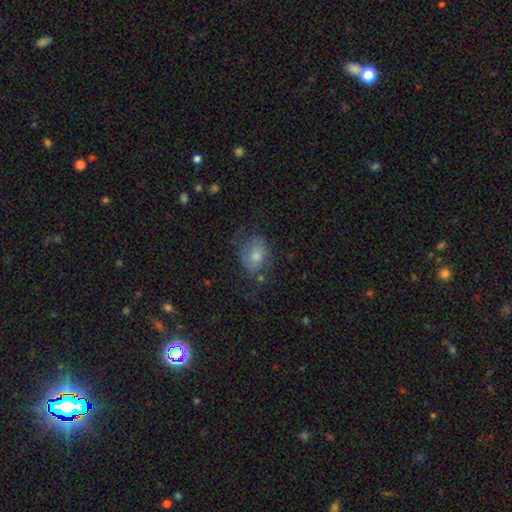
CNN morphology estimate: Smooth or featured? Predicted: smooth (p=0.49). Merging? Predicted: none (p=0.55).